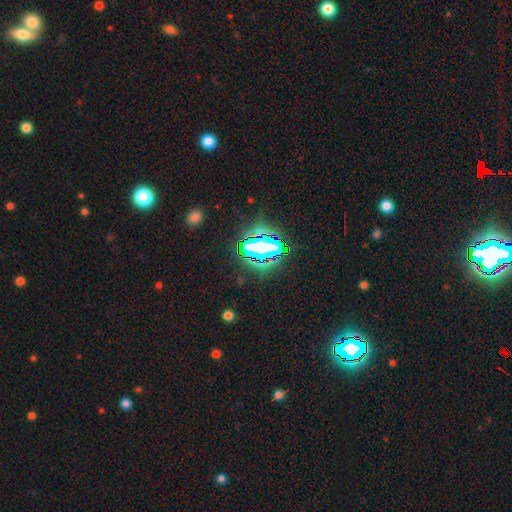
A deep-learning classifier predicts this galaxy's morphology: This appears to be a star or artifact, not a galaxy (81%).